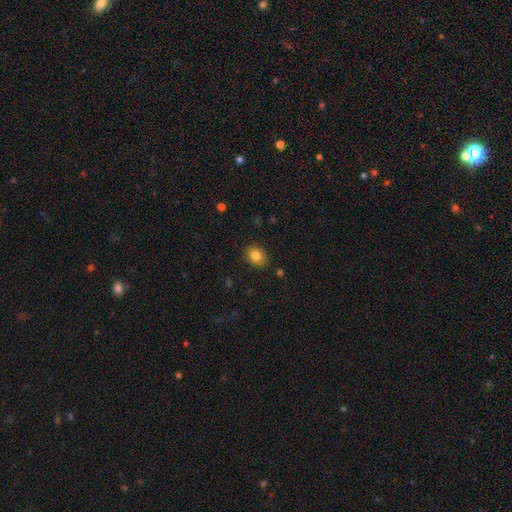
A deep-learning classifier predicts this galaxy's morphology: smooth 84%, star or artifact 9%, featured or disk 7%. Down the decision tree: how rounded — in between (64%); merging — none (85%).